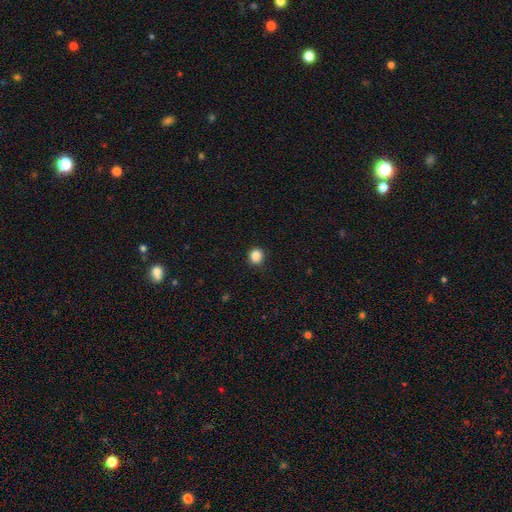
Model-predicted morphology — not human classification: Q: Smooth or featured?
A: smooth (86%); runner-up: star or artifact (10%)
Q: How rounded?
A: round (87%); runner-up: in between (12%)
Q: Merging?
A: none (90%); runner-up: minor disturbance (7%)